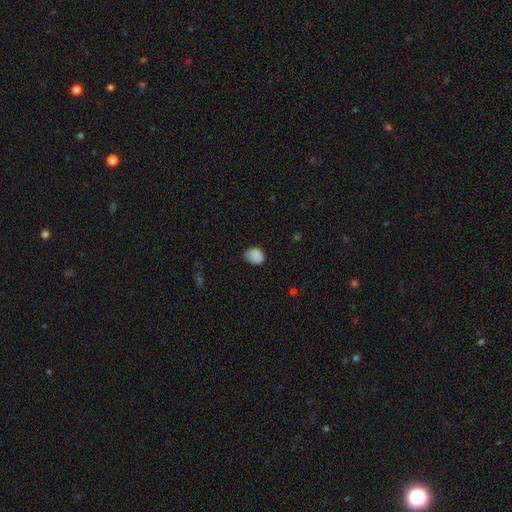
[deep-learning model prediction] Overall: smooth (85%). How rounded: in between (61%; round 38%). Merging: none (67%).